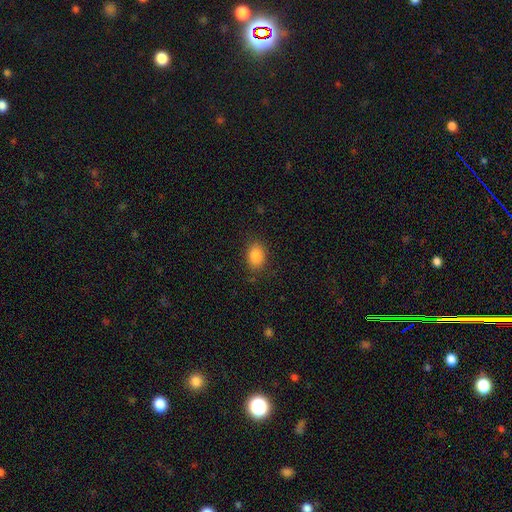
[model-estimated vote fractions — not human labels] Smooth or featured? Predicted: smooth (p=0.87). How rounded? Predicted: in between (p=0.77). Merging? Predicted: none (p=0.83).